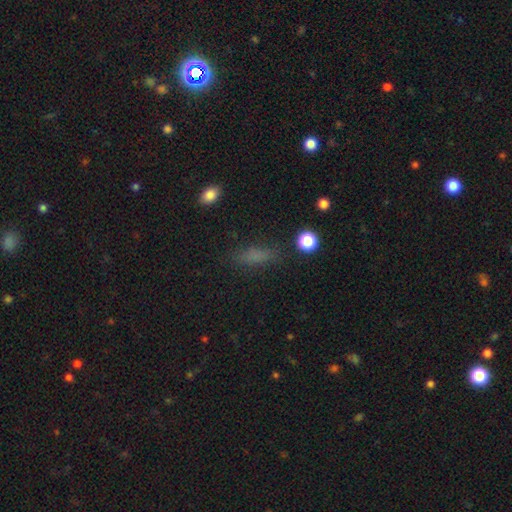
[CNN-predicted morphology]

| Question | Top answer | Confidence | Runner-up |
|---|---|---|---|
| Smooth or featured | smooth | 70% | star or artifact (18%) |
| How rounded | in between | 49% | cigar-shaped (45%) |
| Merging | none | 77% | minor disturbance (15%) |